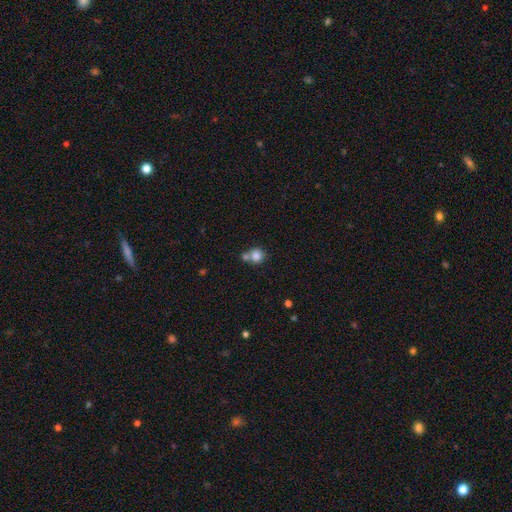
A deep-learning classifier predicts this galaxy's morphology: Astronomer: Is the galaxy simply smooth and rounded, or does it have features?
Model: smooth — 82%.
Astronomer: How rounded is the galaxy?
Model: round — 88%.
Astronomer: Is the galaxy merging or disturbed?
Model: none — 47% (runner-up: merger, 41%).